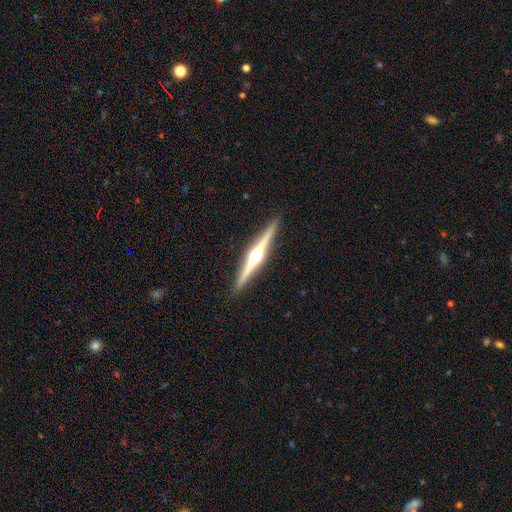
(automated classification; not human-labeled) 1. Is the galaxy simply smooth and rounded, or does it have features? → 81% featured or disk, 14% smooth, 5% star or artifact.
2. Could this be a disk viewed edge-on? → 99% yes, 1% no.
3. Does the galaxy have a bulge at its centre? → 95% rounded, 3% boxy, 3% none.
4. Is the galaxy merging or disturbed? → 92% none, 6% minor disturbance, 1% major disturbance, 1% merger.